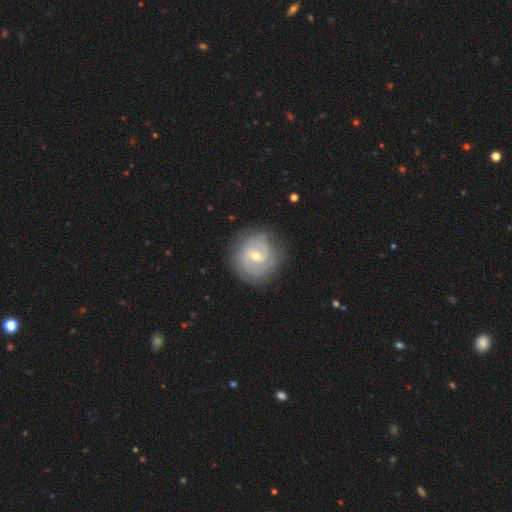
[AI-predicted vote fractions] Q: Smooth or featured?
A: featured or disk (80%); runner-up: smooth (15%)
Q: Edge-on disk?
A: no (97%); runner-up: yes (3%)
Q: Bar?
A: weak (52%); runner-up: no (32%)
Q: Spiral arms?
A: yes (90%); runner-up: no (10%)
Q: Spiral winding?
A: tight (63%); runner-up: medium (29%)
Q: Spiral arm count?
A: 2 (46%); runner-up: can't tell (27%)
Q: Bulge size?
A: moderate (53%); runner-up: small (44%)
Q: Merging?
A: none (81%); runner-up: minor disturbance (13%)